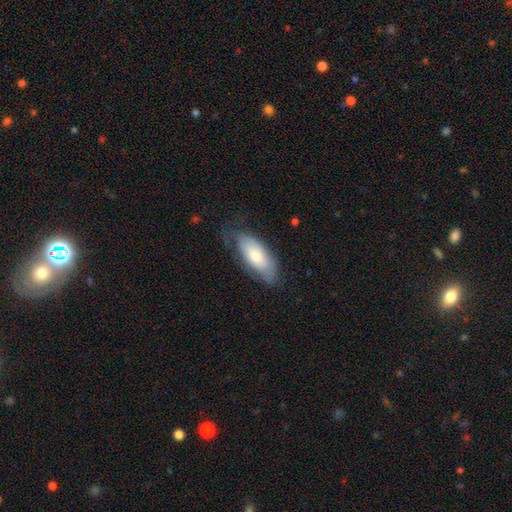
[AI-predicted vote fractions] A smooth galaxy with no disk features (69%) that is in between round and cigar-shaped (85%). Merging: none (58%).